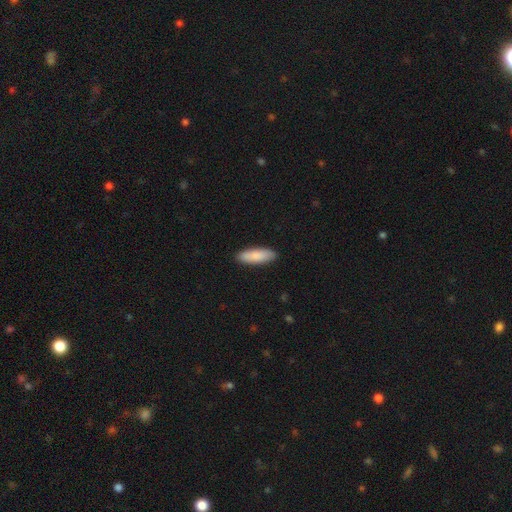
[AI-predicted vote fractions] This is clearly a smooth galaxy (88%). How rounded: possibly in between (53%). Merging: clearly none (90%).